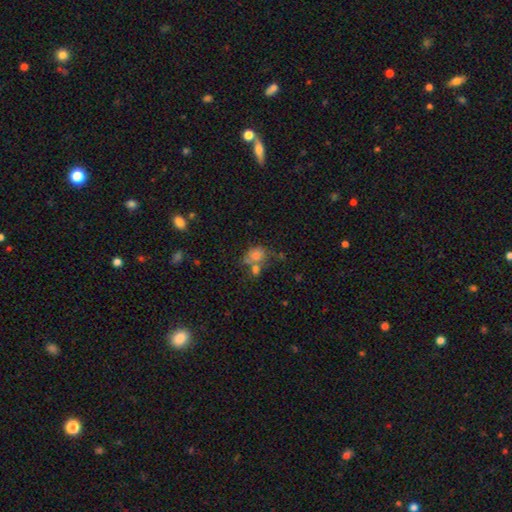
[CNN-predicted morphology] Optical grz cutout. It shows a smooth galaxy with no disk features (66%) that is round (61%). Merging: none (42%).